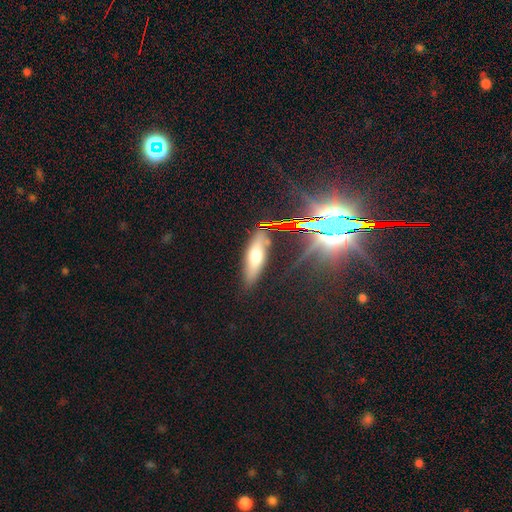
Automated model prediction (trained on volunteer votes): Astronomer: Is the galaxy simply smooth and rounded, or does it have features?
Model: smooth — 58%.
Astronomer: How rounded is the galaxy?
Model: cigar-shaped — 50% (runner-up: in between, 47%).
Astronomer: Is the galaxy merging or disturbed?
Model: none — 81%.